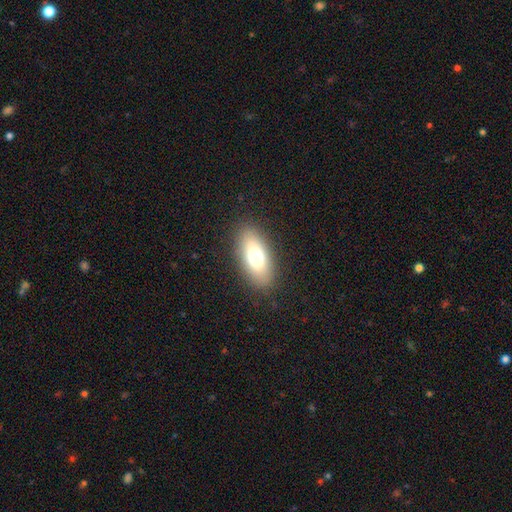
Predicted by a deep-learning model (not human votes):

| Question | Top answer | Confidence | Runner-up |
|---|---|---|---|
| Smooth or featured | smooth | 73% | featured or disk (19%) |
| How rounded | in between | 82% | cigar-shaped (14%) |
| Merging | none | 88% | minor disturbance (8%) |